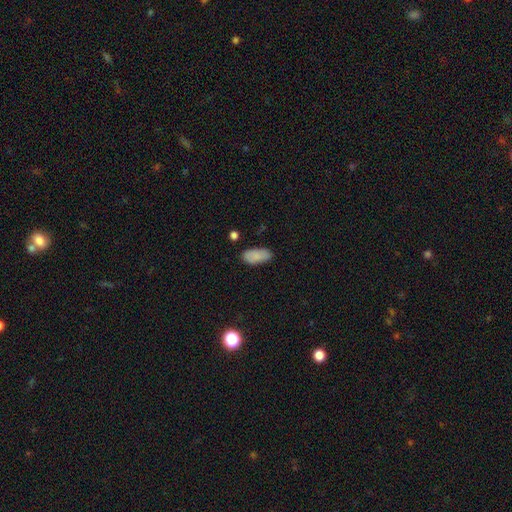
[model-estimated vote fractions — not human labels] smooth-or-featured: smooth: 86% | star or artifact: 7% | featured or disk: 7%
  how-rounded: in between: 92% | cigar-shaped: 6% | round: 2%
  merging: none: 76% | minor disturbance: 18% | major disturbance: 4% | merger: 3%